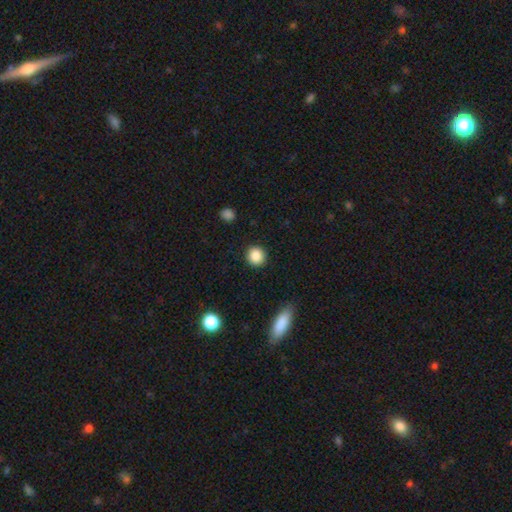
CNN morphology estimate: Smooth or featured? smooth (88%)
How rounded? round (88%)
Merging? none (90%)